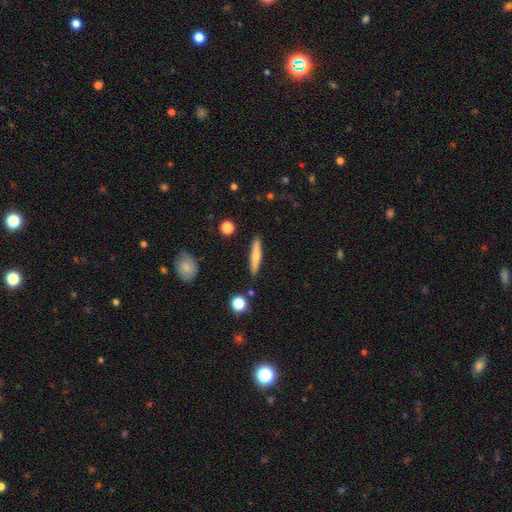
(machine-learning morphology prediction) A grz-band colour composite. It shows a smooth galaxy with no disk features (62%) that is cigar-shaped (91%). Merging: none (88%).